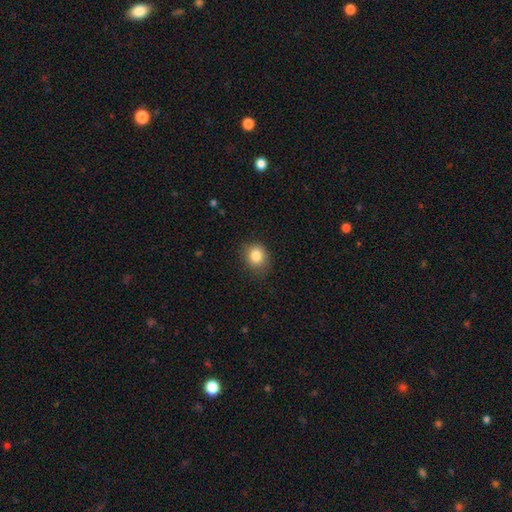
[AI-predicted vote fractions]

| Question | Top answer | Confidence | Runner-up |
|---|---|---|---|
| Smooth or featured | smooth | 83% | star or artifact (10%) |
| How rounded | round | 68% | in between (31%) |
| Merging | none | 79% | minor disturbance (16%) |